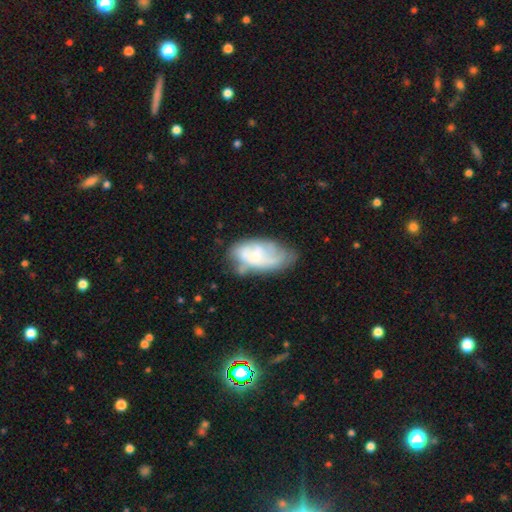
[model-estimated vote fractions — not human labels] smooth-or-featured: featured or disk: 51% | smooth: 41% | star or artifact: 8%
  disk-edge-on: no: 94% | yes: 6%
  merging: none: 37% | minor disturbance: 31% | major disturbance: 24% | merger: 8%